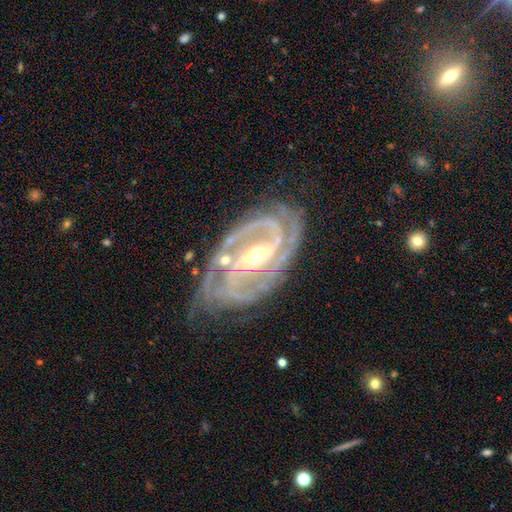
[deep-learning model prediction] This appears to be a featured or disk galaxy (92%) with a strong bar (52%), 2 (54%) tight (59%) spiral arms (98%) and a moderate central bulge (51%). Merging: none (67%).